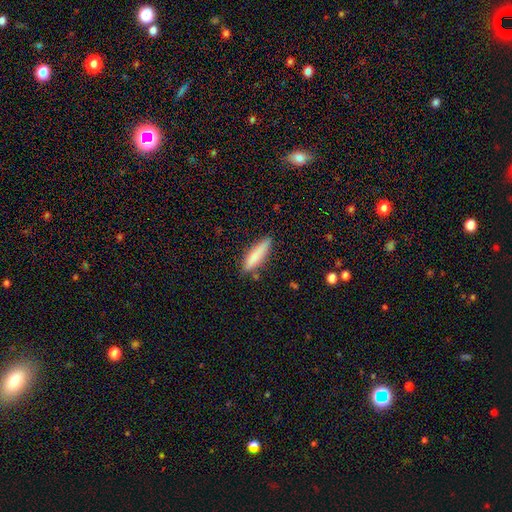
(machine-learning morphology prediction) Overall: smooth (80%). How rounded: cigar-shaped (72%). Merging: none (78%).